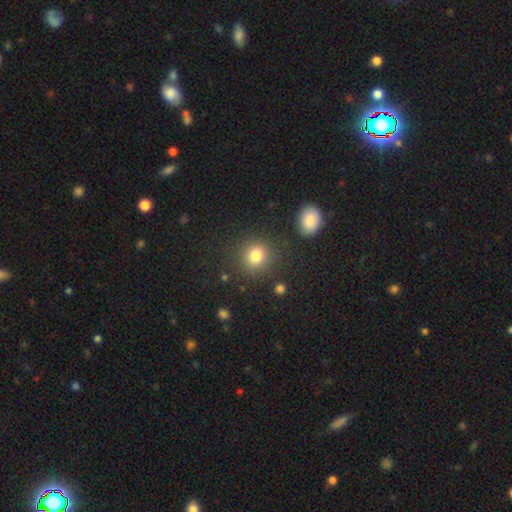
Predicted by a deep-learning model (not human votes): The model was most divided on "smooth or featured": smooth: 81%, star or artifact: 13%, featured or disk: 6%. More confident: how rounded — round (87%); merging — none (85%).